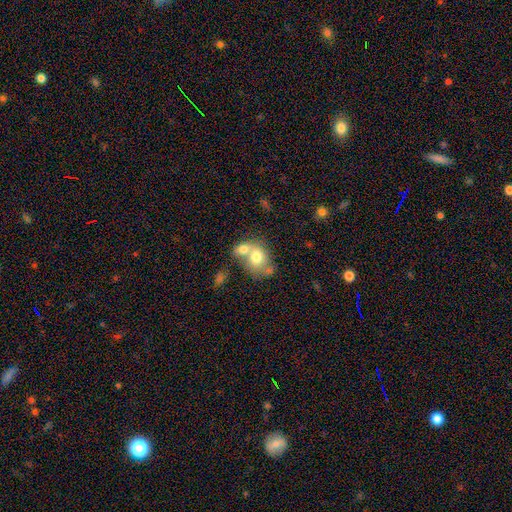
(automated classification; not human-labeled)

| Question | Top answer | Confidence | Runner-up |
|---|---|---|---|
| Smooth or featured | smooth | 70% | featured or disk (21%) |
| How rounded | round | 52% | in between (47%) |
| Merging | merger | 60% | none (27%) |